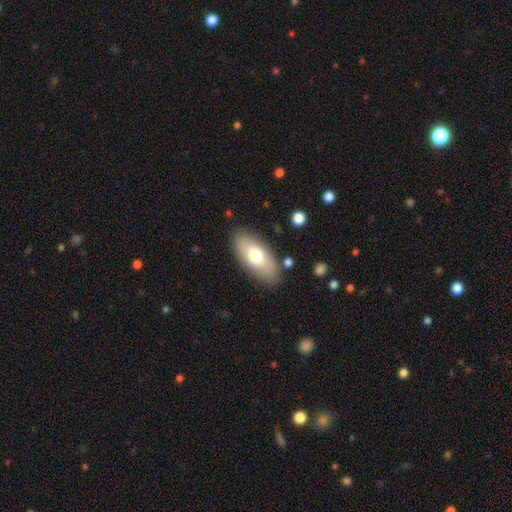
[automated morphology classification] Q: Smooth or featured?
A: smooth (68%); runner-up: featured or disk (26%)
Q: How rounded?
A: in between (87%); runner-up: cigar-shaped (10%)
Q: Merging?
A: none (83%); runner-up: minor disturbance (11%)